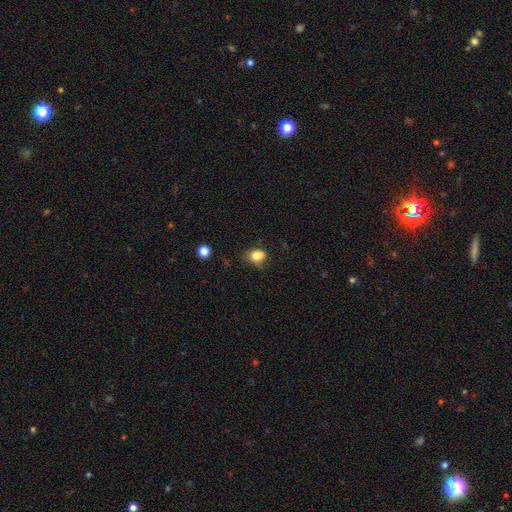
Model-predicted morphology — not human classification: Overall: smooth (79%). How rounded: in between (65%; round 34%). Merging: none (42%; minor disturbance 33%).